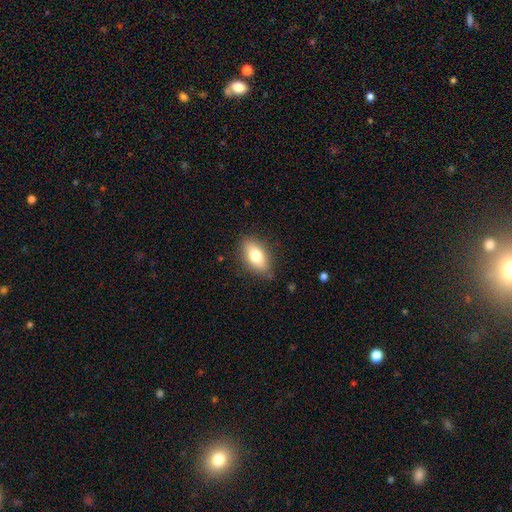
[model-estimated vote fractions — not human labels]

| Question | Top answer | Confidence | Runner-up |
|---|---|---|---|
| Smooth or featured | smooth | 72% | featured or disk (21%) |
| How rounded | in between | 84% | cigar-shaped (10%) |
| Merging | none | 83% | minor disturbance (13%) |